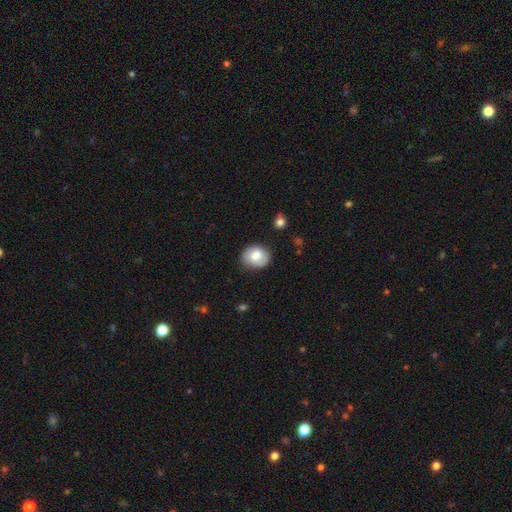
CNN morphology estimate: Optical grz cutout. It shows a smooth galaxy with no disk features (75%) that is round (61%). Merging: none (81%).